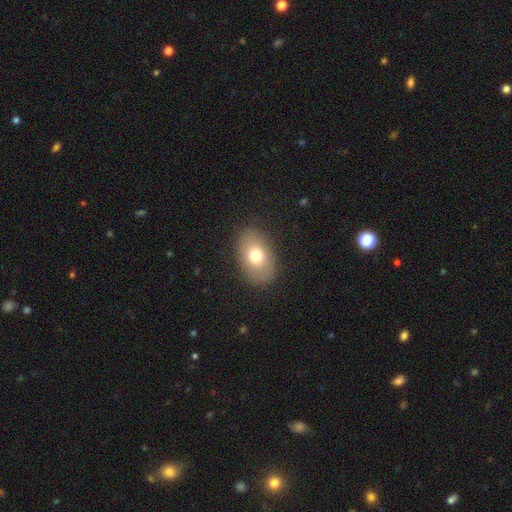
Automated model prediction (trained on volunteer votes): smooth-or-featured: smooth: 74% | featured or disk: 17% | star or artifact: 9%
  how-rounded: in between: 84% | round: 15% | cigar-shaped: 1%
  merging: none: 86% | minor disturbance: 9% | major disturbance: 3% | merger: 1%